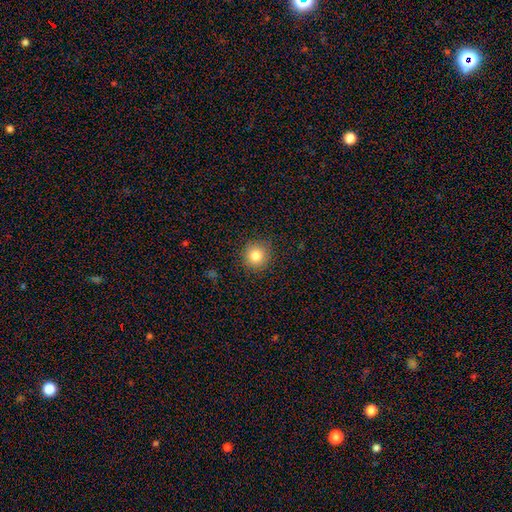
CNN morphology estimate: smooth-or-featured: smooth: 82% | star or artifact: 11% | featured or disk: 7%
  how-rounded: round: 92% | in between: 7% | cigar-shaped: 1%
  merging: none: 89% | minor disturbance: 8% | major disturbance: 2% | merger: 1%